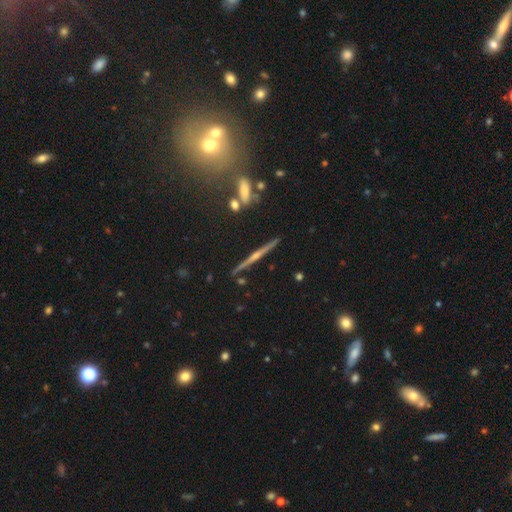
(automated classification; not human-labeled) This appears to be a featured or disk galaxy (80%) viewed edge-on (98%) with a rounded central bulge (79%). Merging: none (89%).